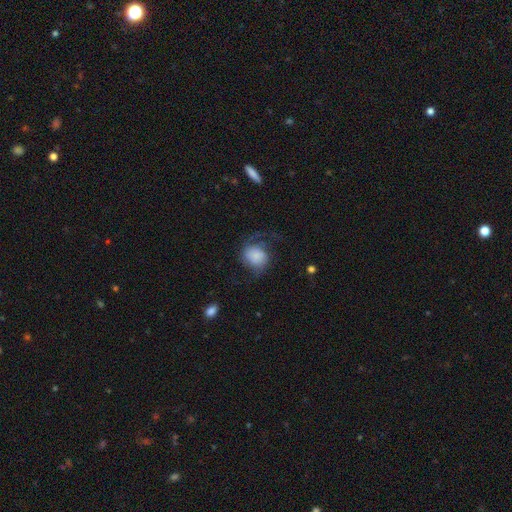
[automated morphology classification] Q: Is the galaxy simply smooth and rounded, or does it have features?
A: smooth — 53%.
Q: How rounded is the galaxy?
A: round — 70%.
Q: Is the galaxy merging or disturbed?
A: none — 51%.